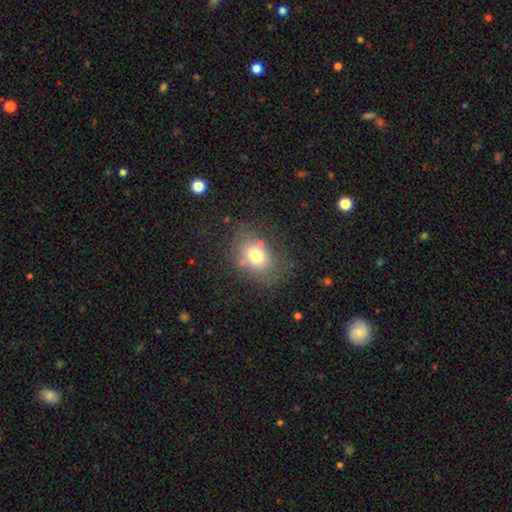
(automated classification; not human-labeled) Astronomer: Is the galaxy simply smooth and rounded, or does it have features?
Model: smooth — 73%.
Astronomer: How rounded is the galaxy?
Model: in between — 65%.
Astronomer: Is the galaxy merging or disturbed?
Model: none — 70%.